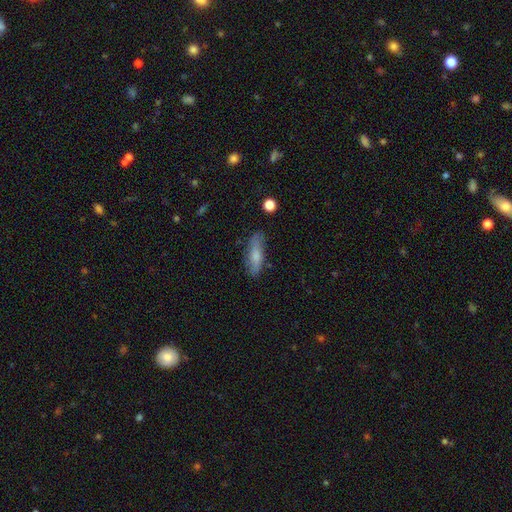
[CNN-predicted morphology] The model was most divided on "how rounded": cigar-shaped: 54%, in between: 43%, round: 3%. More confident: merging — none (77%); smooth or featured — smooth (64%).